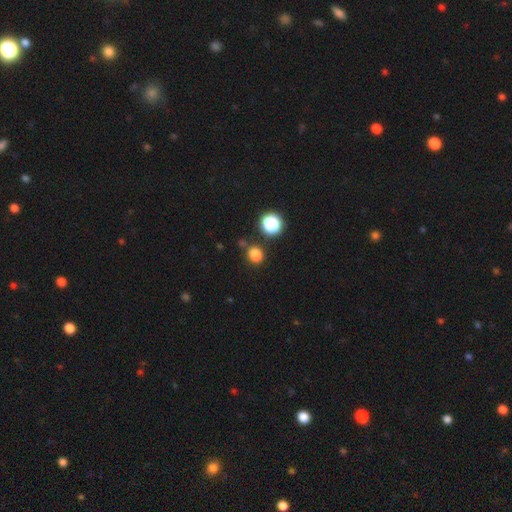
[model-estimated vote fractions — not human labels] smooth_or_featured: smooth (p=0.79) [alt: star or artifact p=0.17]
how_rounded: round (p=0.67) [alt: in between p=0.32]
merging: none (p=0.79) [alt: minor disturbance p=0.11]